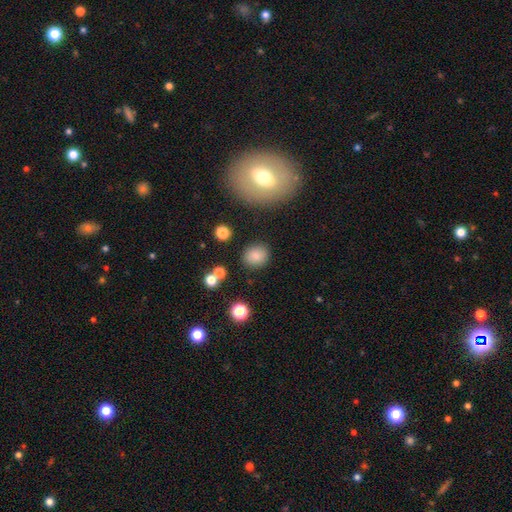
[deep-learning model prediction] Overall: smooth (83%). How rounded: round (74%). Merging: none (85%).